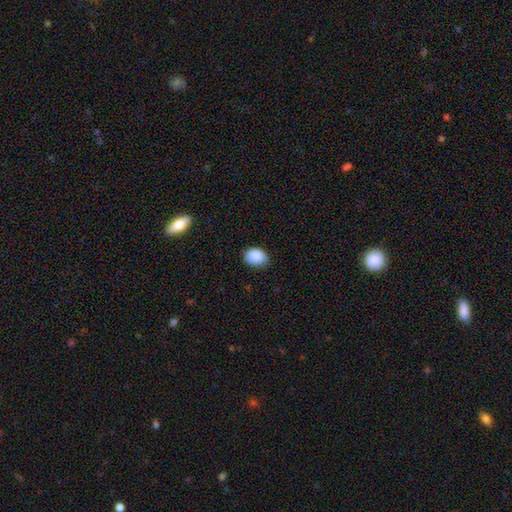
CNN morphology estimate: Smooth or featured? Predicted: smooth (p=0.88). How rounded? Predicted: in between (p=0.67). Merging? Predicted: none (p=0.77).